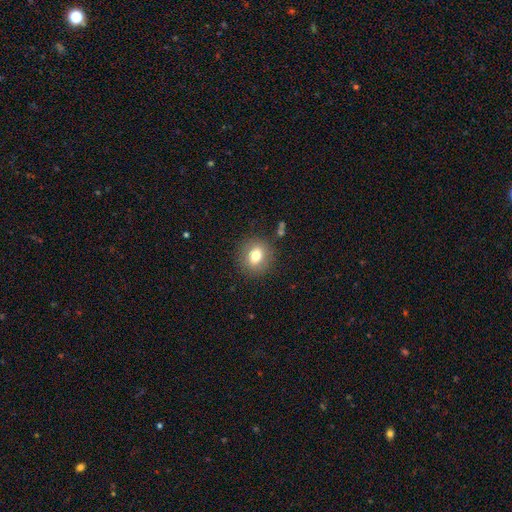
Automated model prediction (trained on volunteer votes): smooth_or_featured: smooth (p=0.76) [alt: featured or disk p=0.14]
how_rounded: round (p=0.70) [alt: in between p=0.29]
merging: none (p=0.87) [alt: minor disturbance p=0.08]